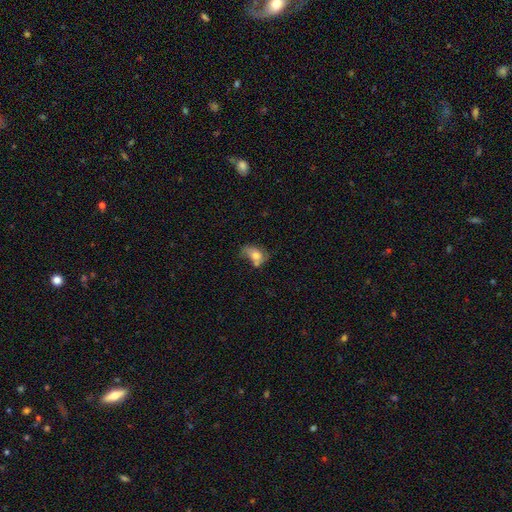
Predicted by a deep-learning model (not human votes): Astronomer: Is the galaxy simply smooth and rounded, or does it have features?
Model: smooth — 60%.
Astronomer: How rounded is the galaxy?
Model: in between — 81%.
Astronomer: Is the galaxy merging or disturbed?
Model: none — 30% (runner-up: minor disturbance, 27%).